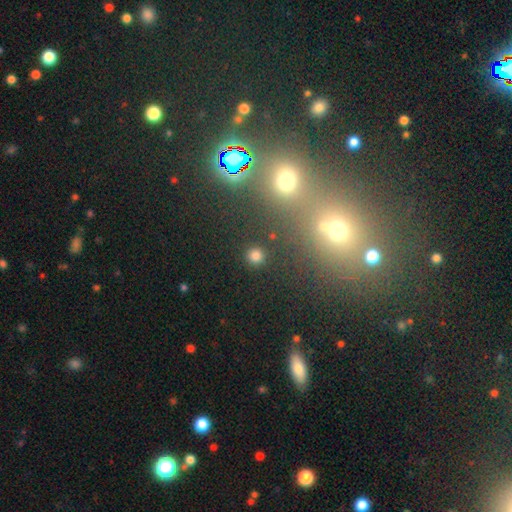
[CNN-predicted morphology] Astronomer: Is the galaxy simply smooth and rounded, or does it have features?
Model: smooth — 77%.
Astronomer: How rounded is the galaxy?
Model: round — 94%.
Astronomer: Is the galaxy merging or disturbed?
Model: none — 90%.